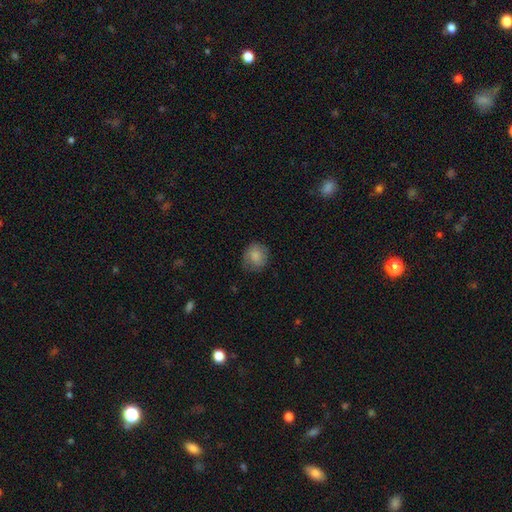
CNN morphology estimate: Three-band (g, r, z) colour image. It shows a smooth galaxy with no disk features (83%) that is round (79%). Merging: none (74%).